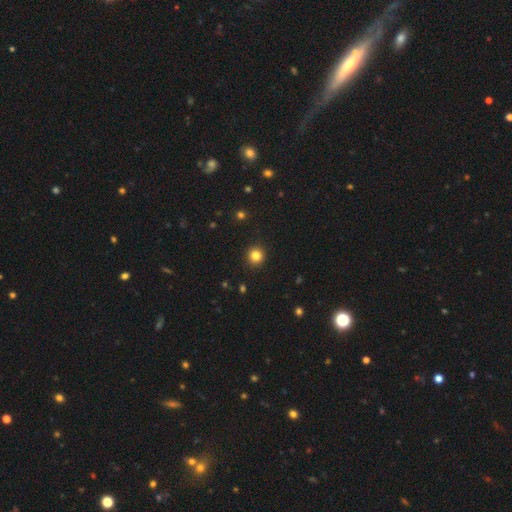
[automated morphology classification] The model was most divided on "smooth or featured": smooth: 83%, star or artifact: 12%, featured or disk: 5%. More confident: how rounded — round (94%); merging — none (93%).